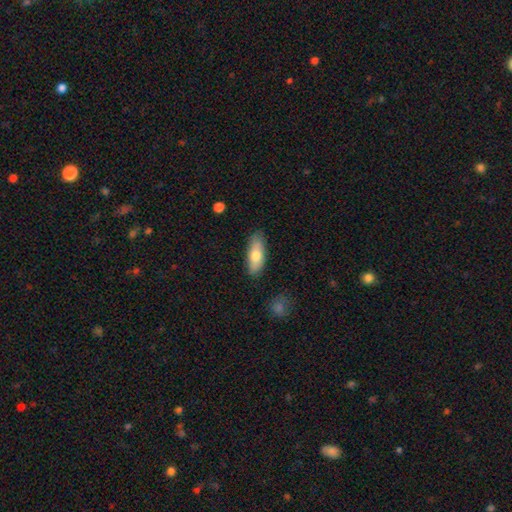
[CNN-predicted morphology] smooth-or-featured: smooth: 74% | featured or disk: 20% | star or artifact: 6%
  how-rounded: in between: 75% | cigar-shaped: 23% | round: 2%
  merging: none: 83% | minor disturbance: 13% | major disturbance: 3% | merger: 1%